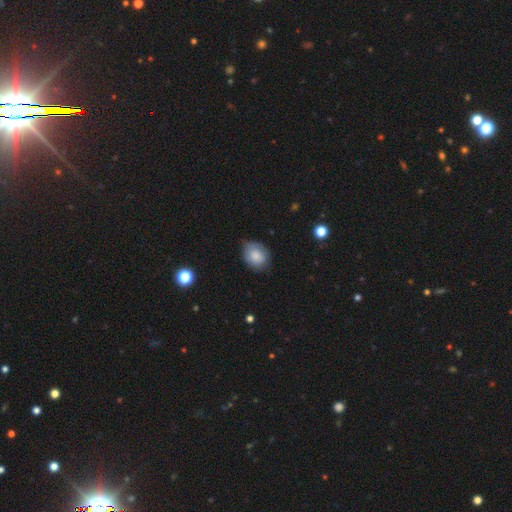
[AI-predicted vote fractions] Smooth or featured? smooth (82%)
How rounded? in between (54%)
Merging? none (70%)